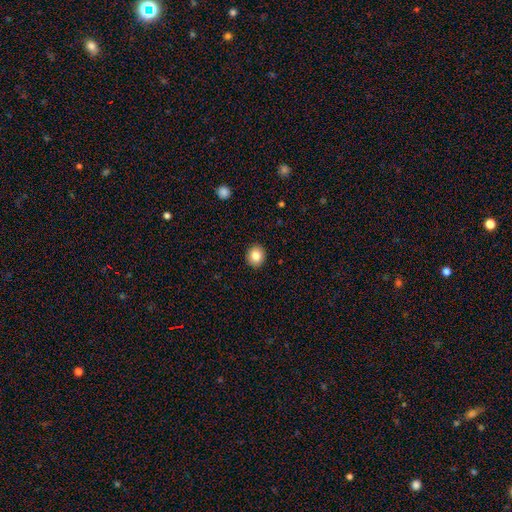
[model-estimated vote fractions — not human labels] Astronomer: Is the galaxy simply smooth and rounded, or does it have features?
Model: smooth — 83%.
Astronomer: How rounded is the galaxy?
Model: round — 77%.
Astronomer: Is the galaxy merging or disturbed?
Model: none — 92%.